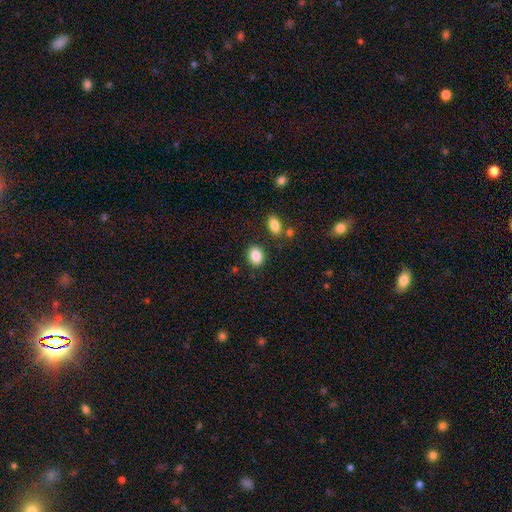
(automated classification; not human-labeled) Smooth or featured: smooth — 87% (star or artifact — 8%)
How rounded: in between — 54% (round — 45%)
Merging: none — 84% (minor disturbance — 9%)